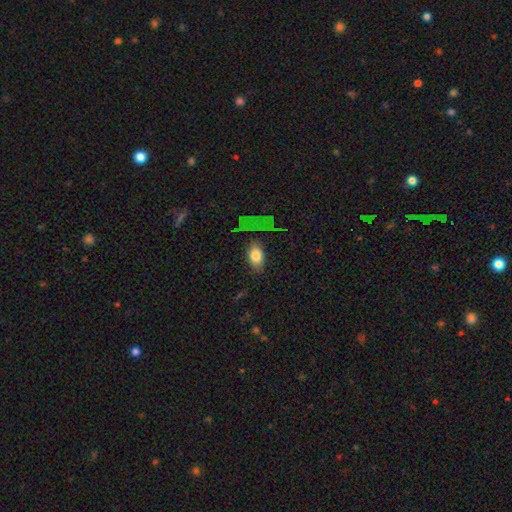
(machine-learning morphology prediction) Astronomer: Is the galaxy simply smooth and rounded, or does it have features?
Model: smooth — 81%.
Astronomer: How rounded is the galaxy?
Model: in between — 85%.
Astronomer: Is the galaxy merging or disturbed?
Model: none — 68%.